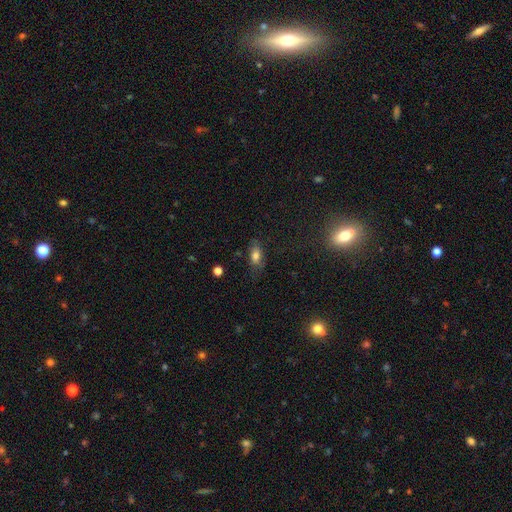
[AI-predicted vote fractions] Smooth or featured: smooth — 71% (featured or disk — 17%)
How rounded: in between — 82% (cigar-shaped — 11%)
Merging: none — 68% (minor disturbance — 22%)